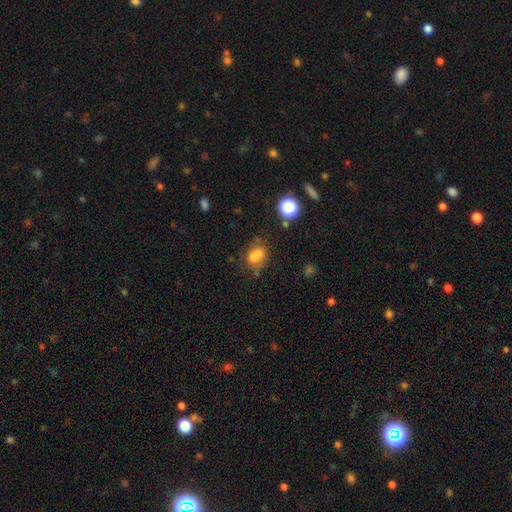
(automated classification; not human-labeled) Smooth or featured: smooth — 70% (featured or disk — 16%)
How rounded: in between — 65% (round — 32%)
Merging: none — 49% (minor disturbance — 24%)